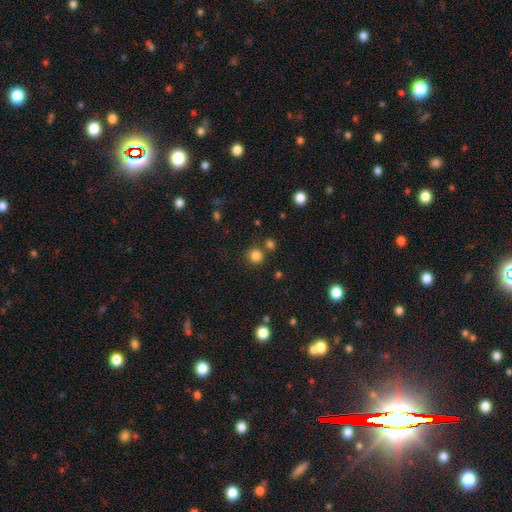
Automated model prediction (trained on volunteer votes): Smooth or featured?
  - smooth: 81% *
  - star or artifact: 14%
  - featured or disk: 5%
How rounded?
  - round: 92% *
  - in between: 7%
  - cigar-shaped: 1%
Merging?
  - none: 78% *
  - merger: 12%
  - minor disturbance: 7%
  - major disturbance: 3%